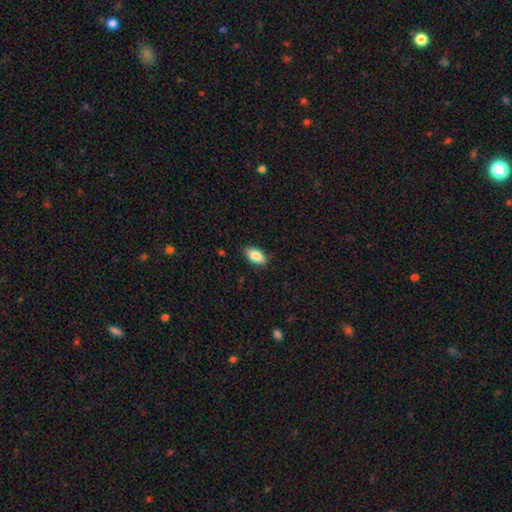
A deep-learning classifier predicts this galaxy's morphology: A smooth galaxy with no disk features (85%) that is in between round and cigar-shaped (92%).

Vote fractions:
- Smooth or featured? smooth: 85% / featured or disk: 8% / star or artifact: 7%
- How rounded? in between: 92% / cigar-shaped: 5% / round: 3%
- Merging? none: 87% / minor disturbance: 10% / major disturbance: 2% / merger: 1%